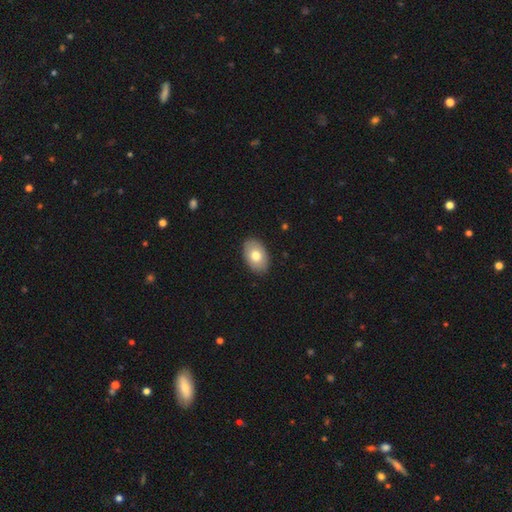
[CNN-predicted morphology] type=smooth (74%); roundness=in between (89%); merging=none (89%).